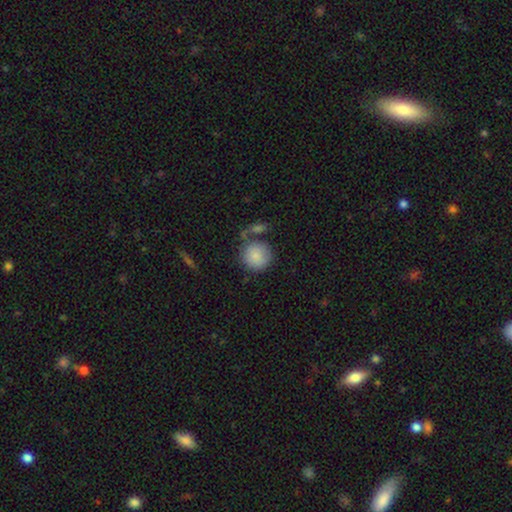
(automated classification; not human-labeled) This is clearly a smooth galaxy (86%). How rounded: clearly round (92%). Merging: possibly none (60%).